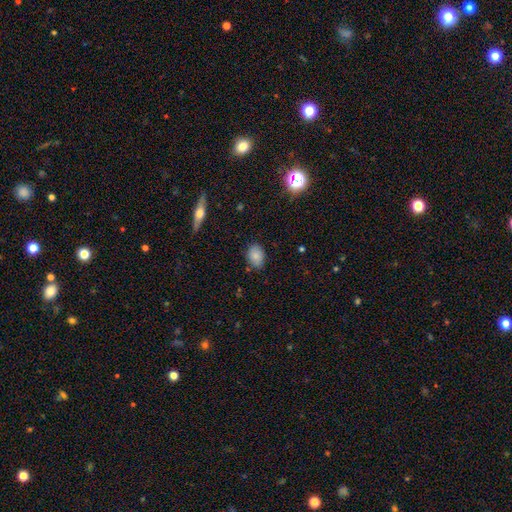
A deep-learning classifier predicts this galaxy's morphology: Smooth or featured?
  - smooth: 83% *
  - star or artifact: 9%
  - featured or disk: 8%
How rounded?
  - in between: 69% *
  - round: 30%
  - cigar-shaped: 1%
Merging?
  - none: 82% *
  - minor disturbance: 14%
  - major disturbance: 3%
  - merger: 2%